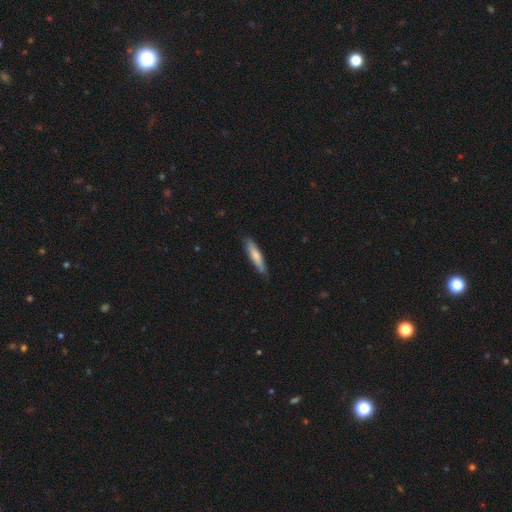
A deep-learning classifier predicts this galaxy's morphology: The model was most divided on "smooth or featured": smooth: 73%, featured or disk: 22%, star or artifact: 5%. More confident: how rounded — cigar-shaped (82%); merging — none (78%).